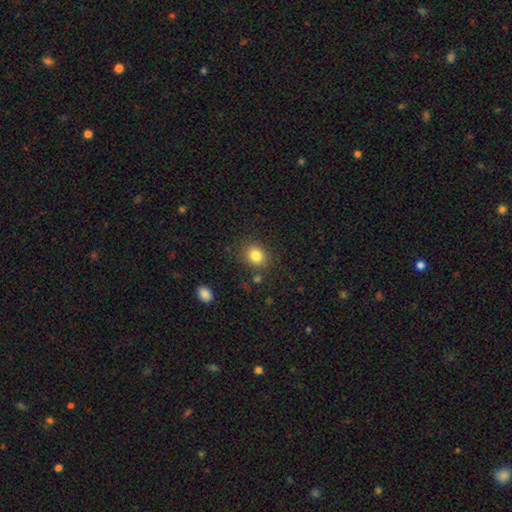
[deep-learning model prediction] Overall: smooth (83%). How rounded: round (69%; in between 30%). Merging: none (83%).